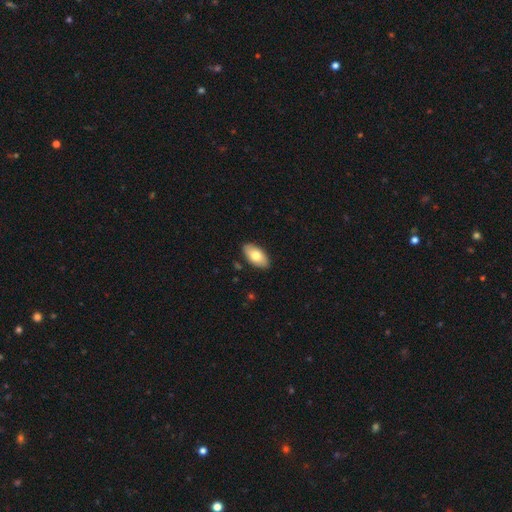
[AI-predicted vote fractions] Q: Smooth or featured?
A: smooth (75%); runner-up: featured or disk (20%)
Q: How rounded?
A: in between (94%); runner-up: round (3%)
Q: Merging?
A: none (88%); runner-up: minor disturbance (9%)